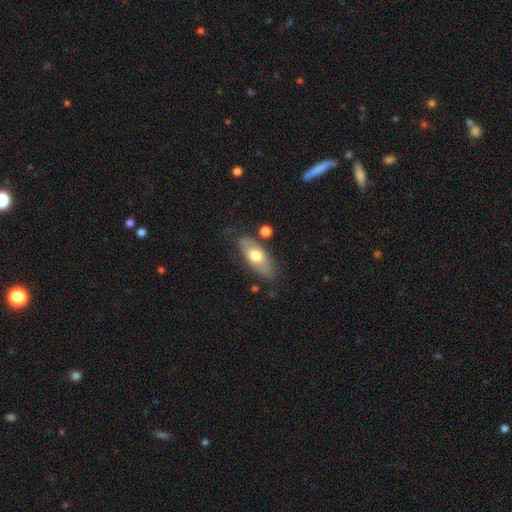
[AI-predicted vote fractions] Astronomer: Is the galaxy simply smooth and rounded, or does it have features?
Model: smooth — 61%.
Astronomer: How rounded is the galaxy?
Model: in between — 80%.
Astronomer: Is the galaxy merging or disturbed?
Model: none — 76%.